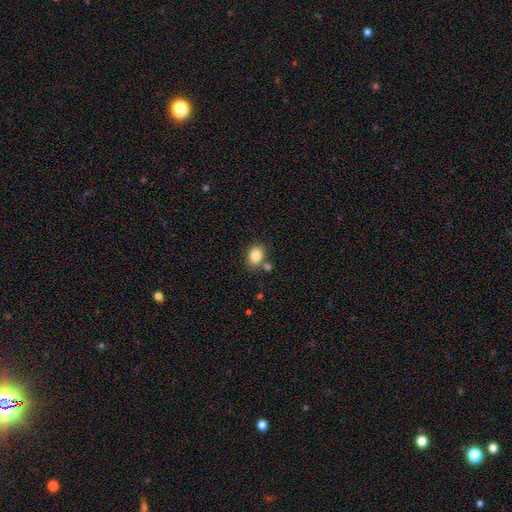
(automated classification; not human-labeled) smooth-or-featured: smooth: 83% | star or artifact: 9% | featured or disk: 8%
  how-rounded: in between: 62% | round: 37% | cigar-shaped: 1%
  merging: none: 71% | minor disturbance: 13% | merger: 13% | major disturbance: 3%